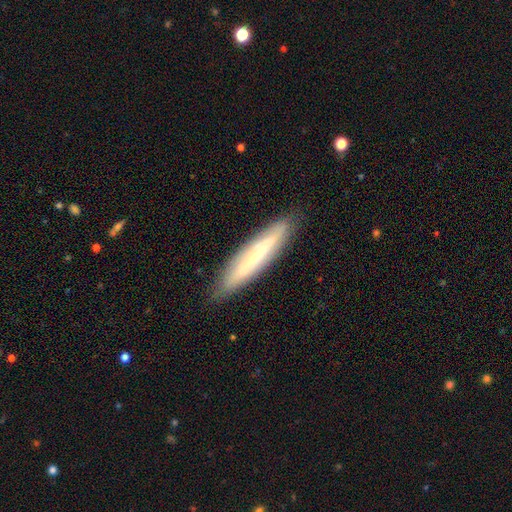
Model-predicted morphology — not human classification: Smooth or featured: featured or disk — 52% (smooth — 42%)
Edge-on disk: yes — 71% (no — 29%)
Merging: none — 87% (minor disturbance — 10%)